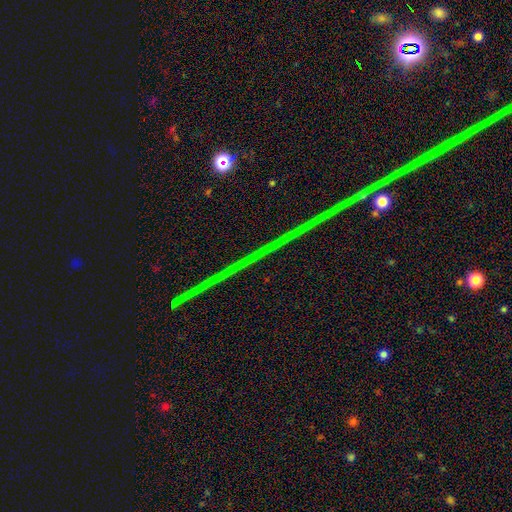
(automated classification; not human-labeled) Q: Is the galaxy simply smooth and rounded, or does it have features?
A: star or artifact — 86%.